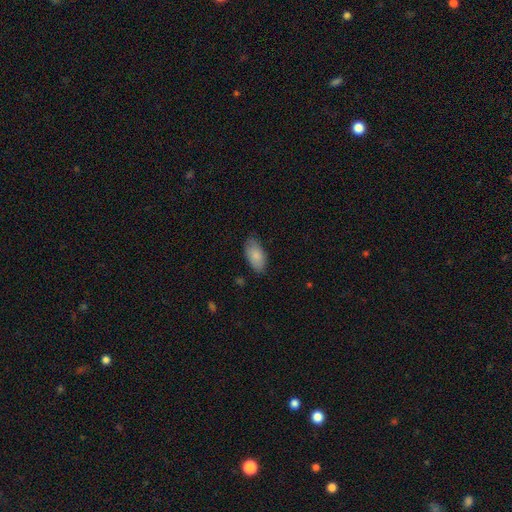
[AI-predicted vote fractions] Smooth or featured? smooth (85%)
How rounded? in between (94%)
Merging? none (76%)